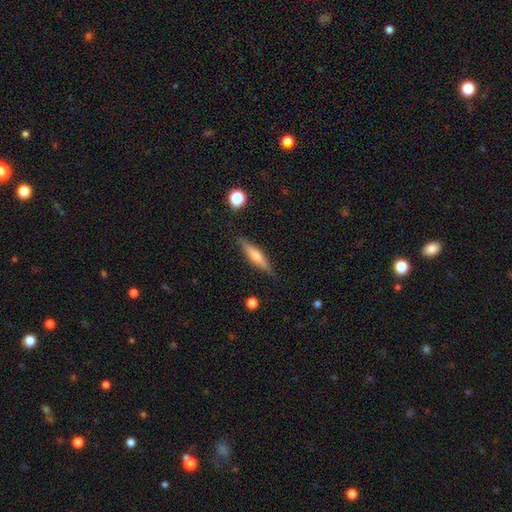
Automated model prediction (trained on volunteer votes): Overall: featured or disk (49%; smooth 44%). Merging: none (87%).